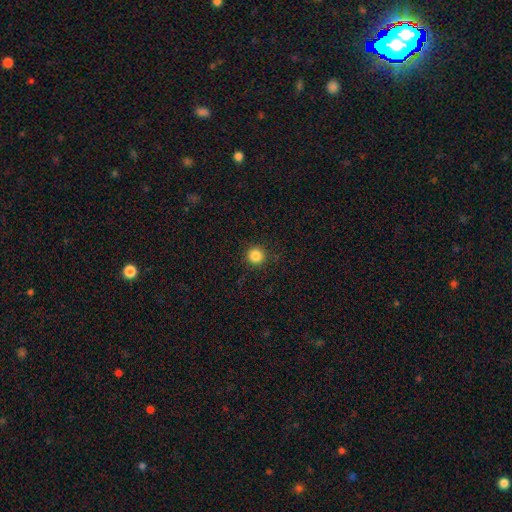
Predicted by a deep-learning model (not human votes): smooth-or-featured: smooth: 85% | star or artifact: 12% | featured or disk: 4%
  how-rounded: round: 95% | in between: 4% | cigar-shaped: 1%
  merging: none: 91% | minor disturbance: 6% | major disturbance: 2% | merger: 1%